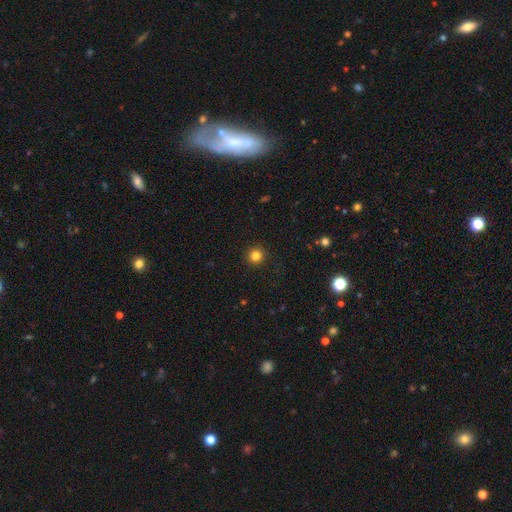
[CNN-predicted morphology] smooth_or_featured: smooth (p=0.83) [alt: star or artifact p=0.13]
how_rounded: round (p=0.95) [alt: in between p=0.04]
merging: none (p=0.92) [alt: minor disturbance p=0.05]